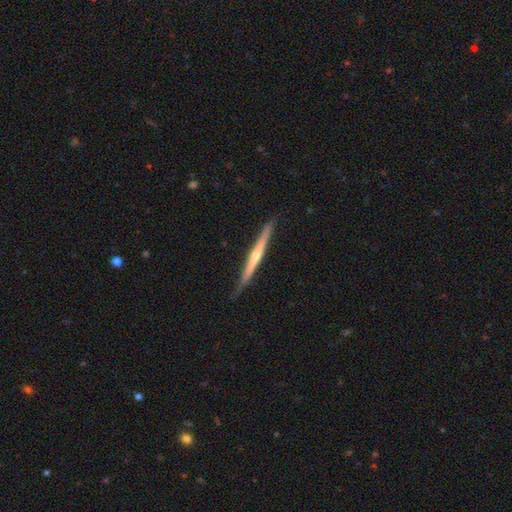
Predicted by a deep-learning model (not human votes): Smooth or featured? Predicted: featured or disk (p=0.71). Edge-on disk? Predicted: yes (p=0.98). Edge-on bulge? Predicted: rounded (p=0.67). Merging? Predicted: none (p=0.85).